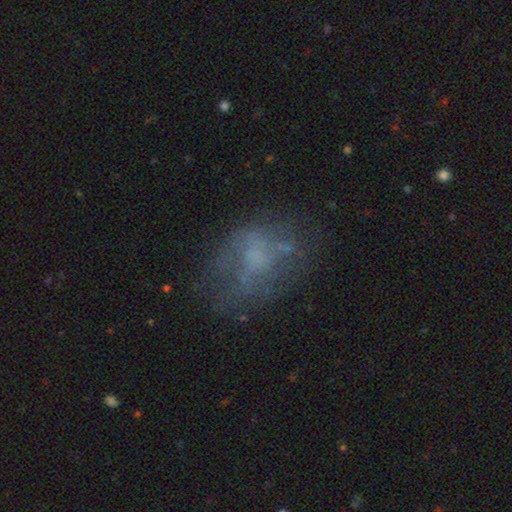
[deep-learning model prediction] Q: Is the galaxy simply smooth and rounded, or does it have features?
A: featured or disk — 45%.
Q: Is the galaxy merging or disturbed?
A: none — 49%.